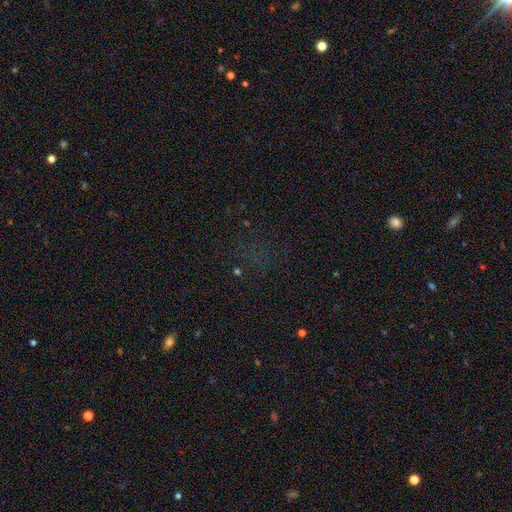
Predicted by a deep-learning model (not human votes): A star or artifact, not a galaxy (61%).